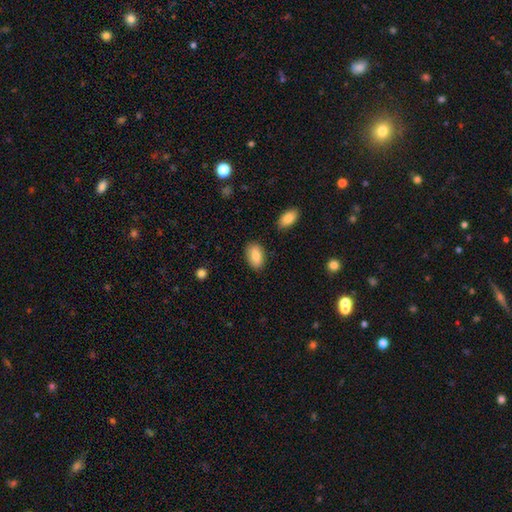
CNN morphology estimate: Overall: smooth (81%). How rounded: in between (92%). Merging: none (84%).